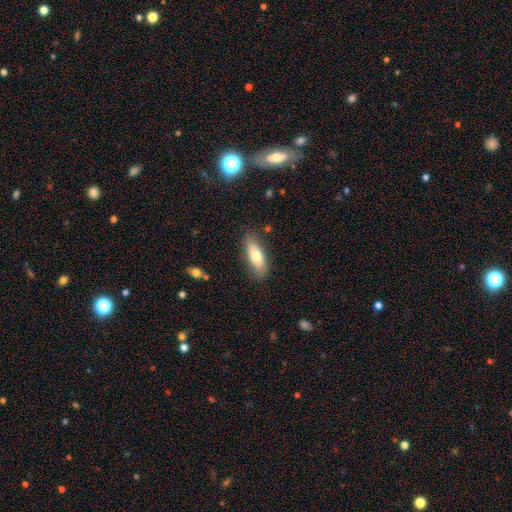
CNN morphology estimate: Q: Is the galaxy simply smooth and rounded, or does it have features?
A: smooth — 71%.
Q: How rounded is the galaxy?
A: in between — 72%.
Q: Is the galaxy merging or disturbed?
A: none — 82%.